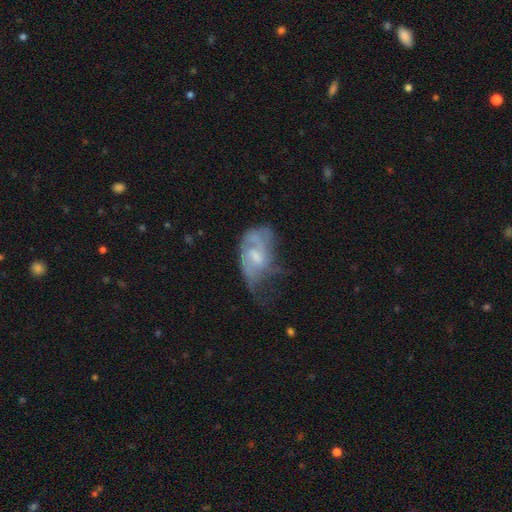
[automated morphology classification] This appears to be a featured or disk galaxy (66%) with no bar (47%), spiral arms (73%) and a moderate central bulge (44%). Merging: major disturbance (39%).